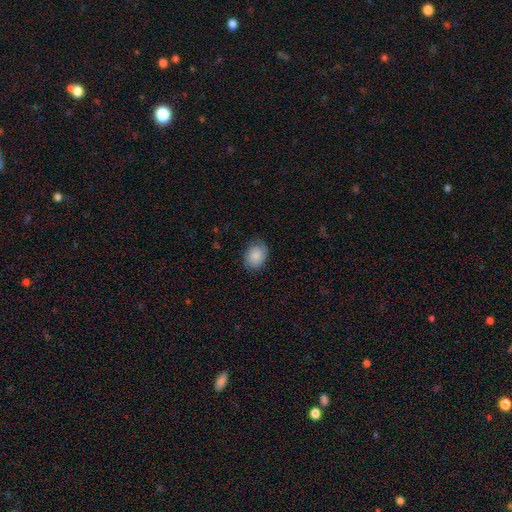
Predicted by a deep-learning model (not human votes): The model was most divided on "how rounded": in between: 66%, round: 33%, cigar-shaped: 1%. More confident: smooth or featured — smooth (84%); merging — none (78%).